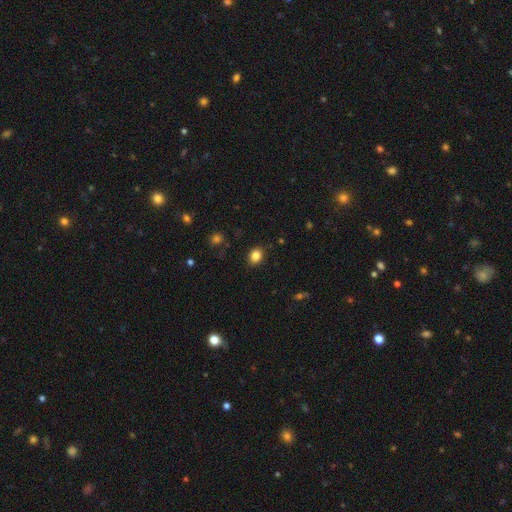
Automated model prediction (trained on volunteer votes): Morphology: type=smooth (84%); roundness=round (51%); merging=none (86%).